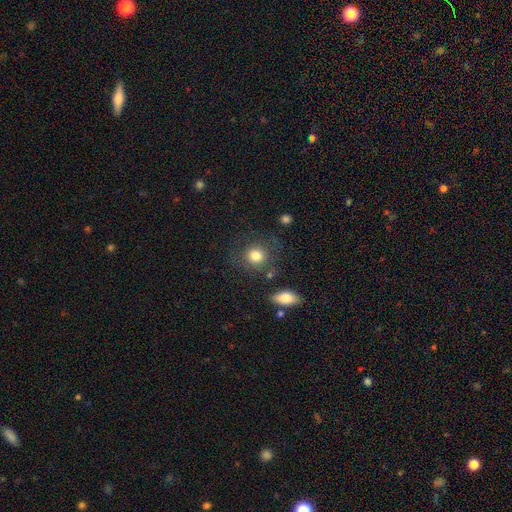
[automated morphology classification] This appears to be a smooth galaxy with no disk features (81%) that is round (82%). Merging: none (73%).